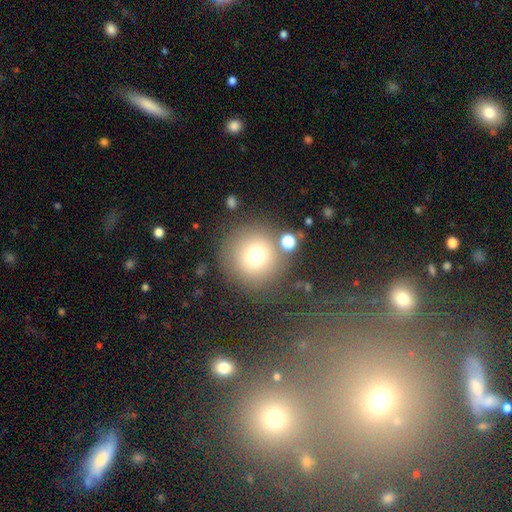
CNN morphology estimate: Smooth or featured? smooth (72%)
How rounded? round (95%)
Merging? none (77%)